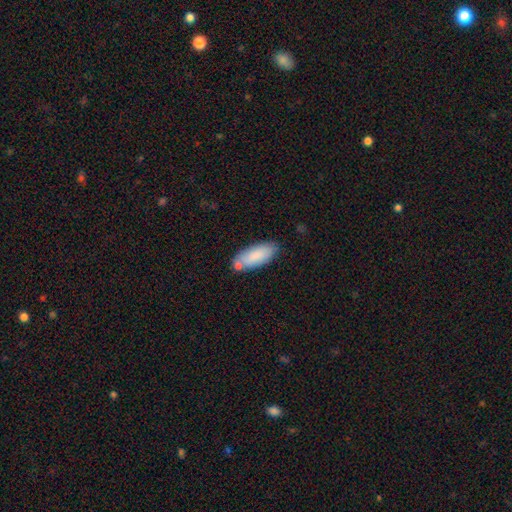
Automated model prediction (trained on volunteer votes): This appears to be a smooth galaxy with no disk features (84%) that is in between round and cigar-shaped (81%). Merging: none (67%).